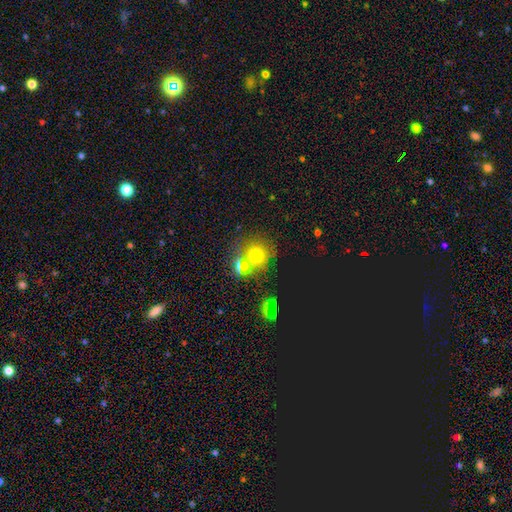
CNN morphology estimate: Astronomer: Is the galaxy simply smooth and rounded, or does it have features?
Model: smooth — 62%.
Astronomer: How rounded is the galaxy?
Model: round — 84%.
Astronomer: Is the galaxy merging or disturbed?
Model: none — 53% (runner-up: merger, 33%).